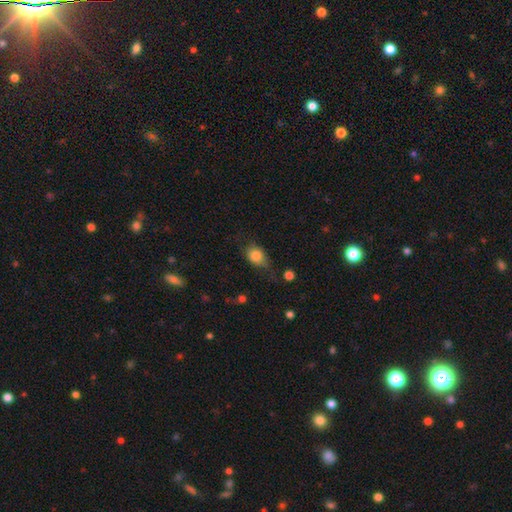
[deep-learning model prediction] The model was most divided on "how rounded": in between: 53%, round: 45%, cigar-shaped: 2%. Remaining: smooth or featured — smooth (80%); merging — none (47%).